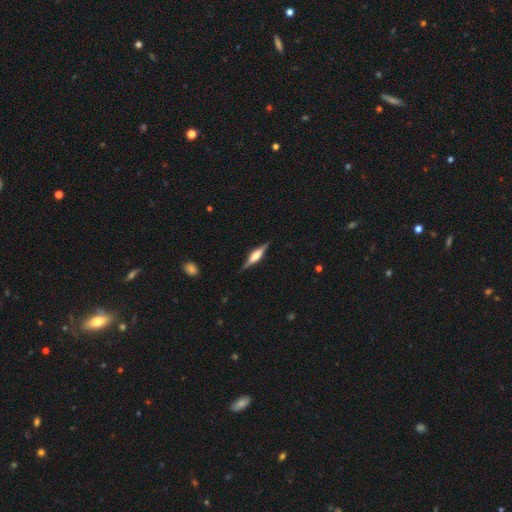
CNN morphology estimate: The model was most divided on "edge-on bulge": rounded: 66%, boxy: 30%, none: 4%. More confident: edge-on disk — yes (97%); merging — none (87%); smooth or featured — featured or disk (73%).